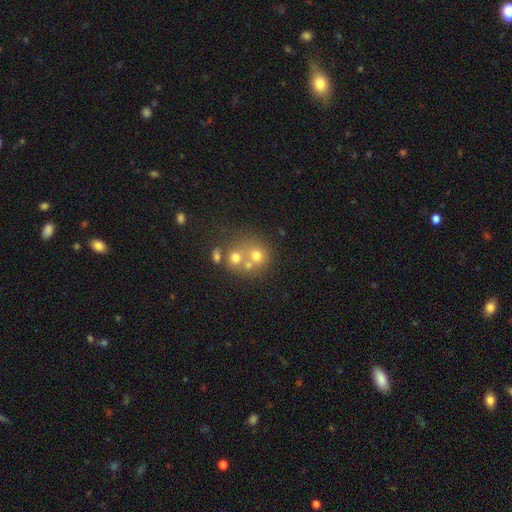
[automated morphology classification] smooth-or-featured: smooth: 52% | featured or disk: 26% | star or artifact: 22%
  how-rounded: round: 79% | in between: 20% | cigar-shaped: 1%
  merging: merger: 52% | none: 37% | minor disturbance: 7% | major disturbance: 4%